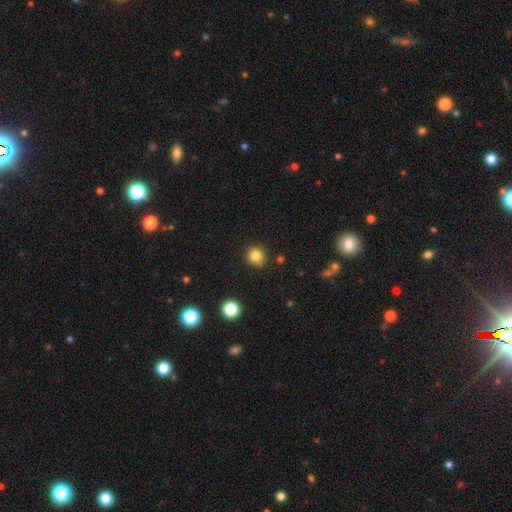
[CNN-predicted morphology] Smooth or featured?
  - smooth: 84% *
  - star or artifact: 12%
  - featured or disk: 5%
How rounded?
  - round: 92% *
  - in between: 7%
  - cigar-shaped: 1%
Merging?
  - none: 87% *
  - minor disturbance: 9%
  - major disturbance: 2%
  - merger: 2%